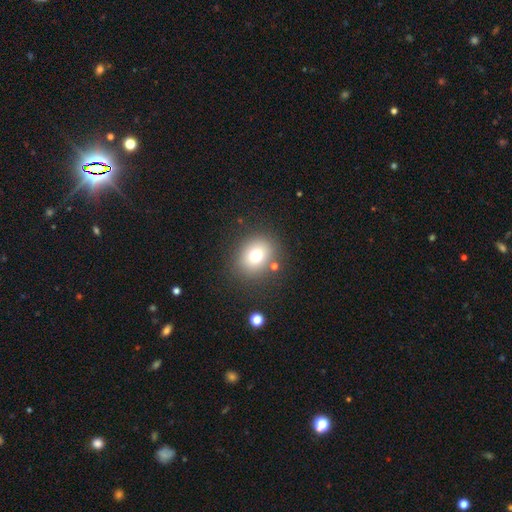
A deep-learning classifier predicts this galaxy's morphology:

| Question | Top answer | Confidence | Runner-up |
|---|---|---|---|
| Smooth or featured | smooth | 75% | star or artifact (13%) |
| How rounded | round | 64% | in between (35%) |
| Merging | none | 81% | minor disturbance (10%) |